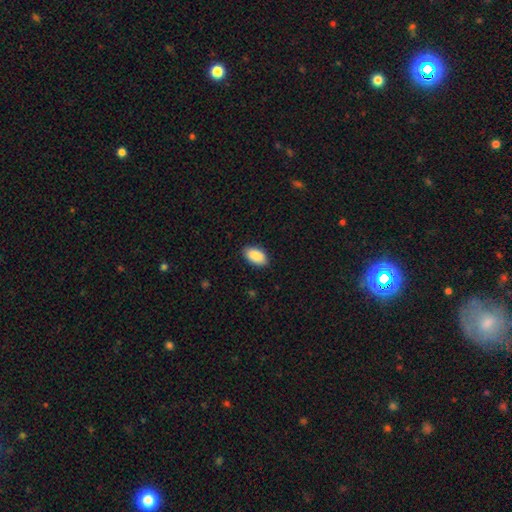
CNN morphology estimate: Overall: smooth (90%). How rounded: in between (95%). Merging: none (88%).